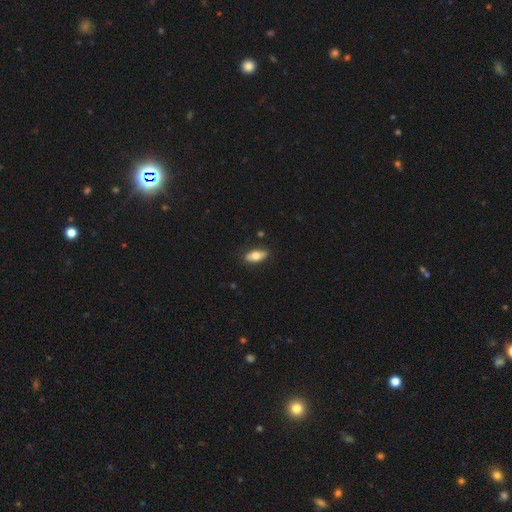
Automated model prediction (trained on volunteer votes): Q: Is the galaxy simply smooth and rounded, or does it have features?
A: smooth — 69%.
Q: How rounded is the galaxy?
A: in between — 83%.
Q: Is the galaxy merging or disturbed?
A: none — 85%.